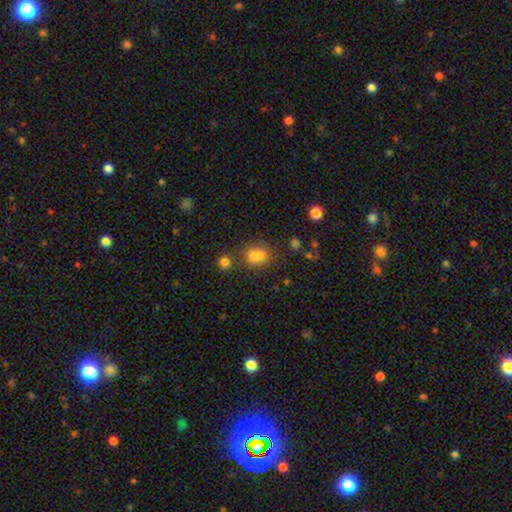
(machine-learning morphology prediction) This appears to be a smooth galaxy with no disk features (73%) that is round (50%). Merging: none (53%).